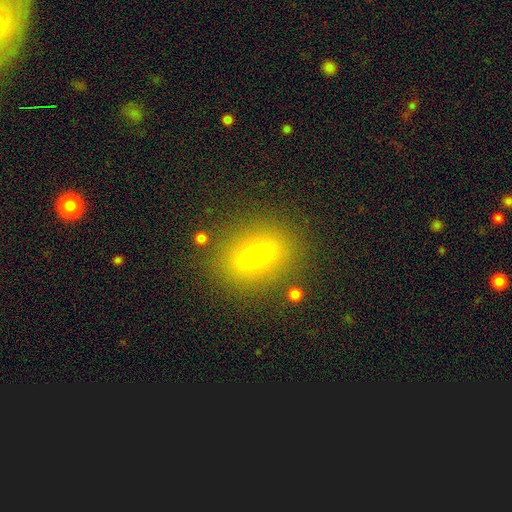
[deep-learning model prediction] This is likely a smooth galaxy (69%). How rounded: possibly in between (56%). Merging: clearly none (82%).